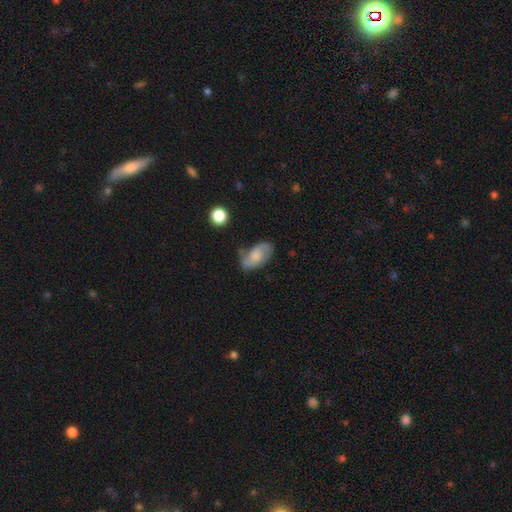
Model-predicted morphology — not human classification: featured or disk 48%, smooth 45%, star or artifact 8%. Down the decision tree: merging — none (54%).